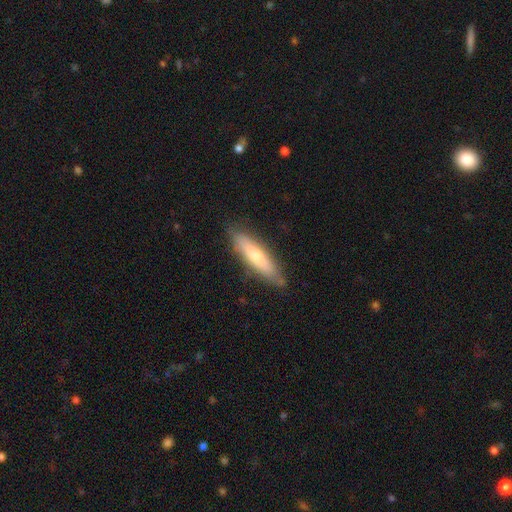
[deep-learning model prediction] smooth 59%, featured or disk 35%, star or artifact 6%. Down the decision tree: how rounded — cigar-shaped (70%); merging — none (82%).